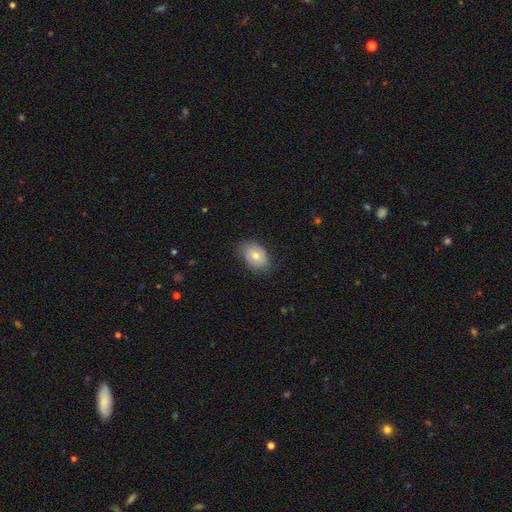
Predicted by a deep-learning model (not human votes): Overall: smooth (64%; featured or disk 28%). How rounded: in between (80%). Merging: none (74%).